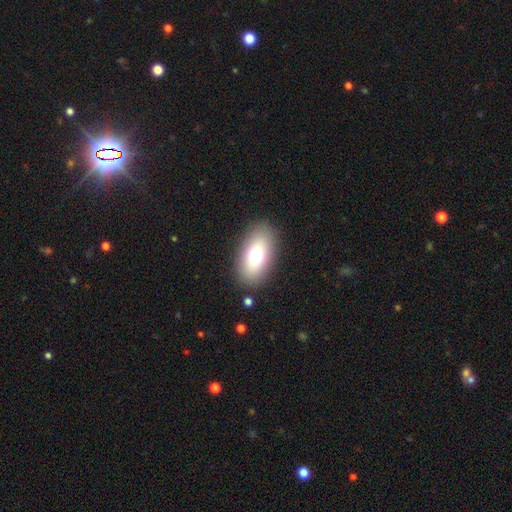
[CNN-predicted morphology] Overall: smooth (73%). How rounded: in between (90%). Merging: none (86%).